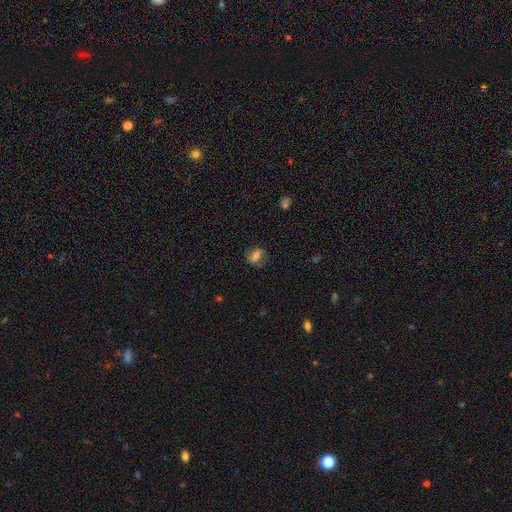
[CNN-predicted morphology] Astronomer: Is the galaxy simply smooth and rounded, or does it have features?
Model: smooth — 64%.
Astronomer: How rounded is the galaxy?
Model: in between — 73%.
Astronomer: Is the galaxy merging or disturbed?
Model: none — 68%.